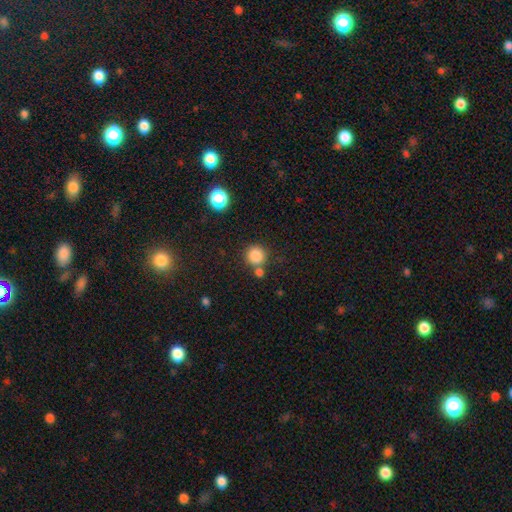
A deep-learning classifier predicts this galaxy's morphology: smooth 84%, star or artifact 11%, featured or disk 5%. Down the decision tree: how rounded — round (93%); merging — none (72%).